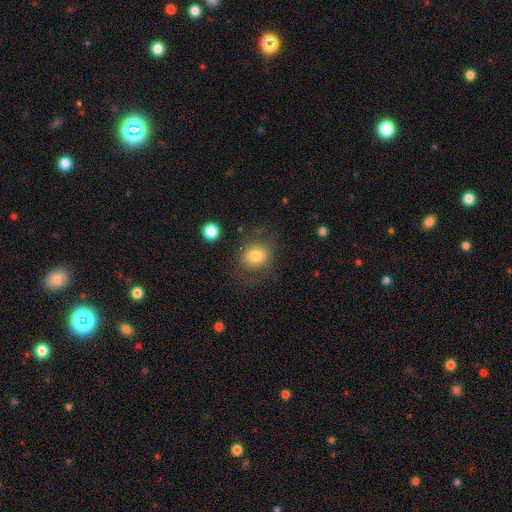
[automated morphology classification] Smooth or featured? Predicted: smooth (p=0.76). How rounded? Predicted: round (p=0.71). Merging? Predicted: none (p=0.72).